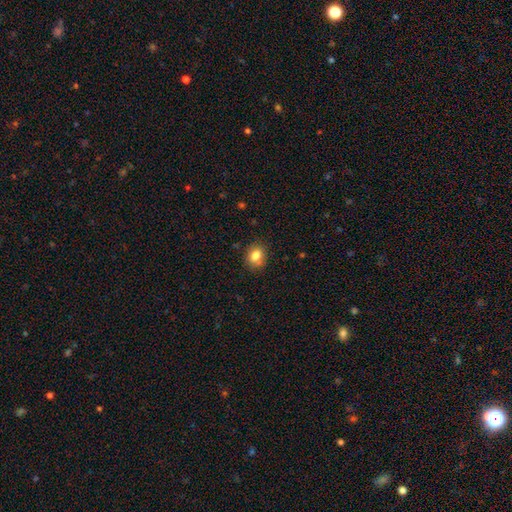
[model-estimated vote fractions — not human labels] A smooth galaxy with no disk features (83%) that is round (62%). Merging: none (81%).